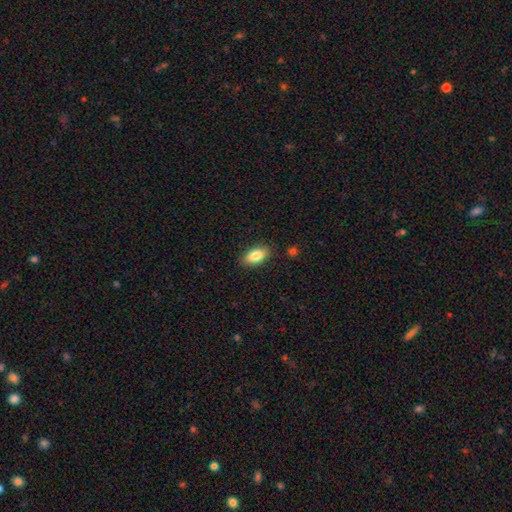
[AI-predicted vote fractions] Smooth or featured?
  - smooth: 85% *
  - featured or disk: 9%
  - star or artifact: 7%
How rounded?
  - in between: 90% *
  - cigar-shaped: 7%
  - round: 3%
Merging?
  - none: 87% *
  - minor disturbance: 10%
  - major disturbance: 2%
  - merger: 1%